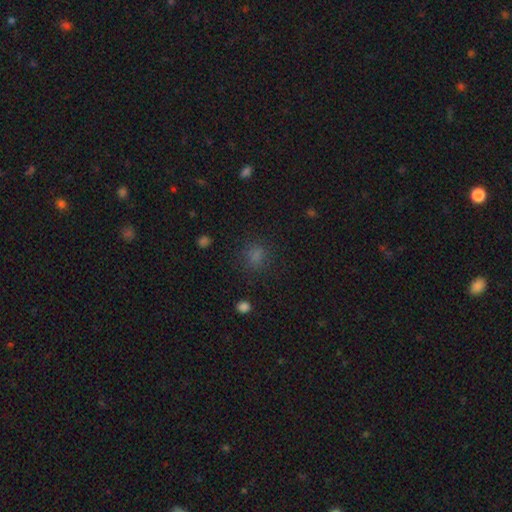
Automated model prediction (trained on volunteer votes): smooth-or-featured: smooth: 74% | star or artifact: 20% | featured or disk: 6%
  how-rounded: round: 74% | in between: 24% | cigar-shaped: 1%
  merging: none: 79% | minor disturbance: 13% | major disturbance: 6% | merger: 2%